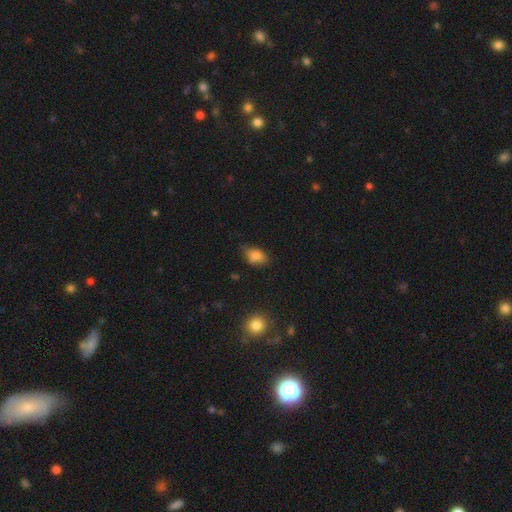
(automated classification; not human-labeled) smooth_or_featured: smooth (p=0.79) [alt: featured or disk p=0.11]
how_rounded: in between (p=0.84) [alt: round p=0.13]
merging: none (p=0.66) [alt: minor disturbance p=0.27]